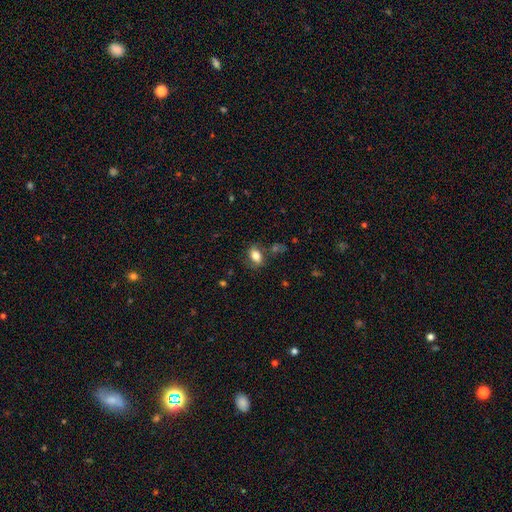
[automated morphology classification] Smooth or featured?
  - smooth: 74% *
  - featured or disk: 17%
  - star or artifact: 9%
How rounded?
  - in between: 82% *
  - round: 15%
  - cigar-shaped: 3%
Merging?
  - none: 66% *
  - minor disturbance: 19%
  - major disturbance: 8%
  - merger: 7%